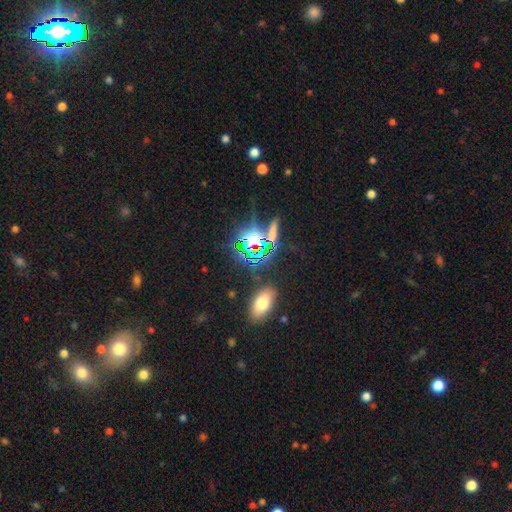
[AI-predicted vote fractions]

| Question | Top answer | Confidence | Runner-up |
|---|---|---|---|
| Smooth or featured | star or artifact | 68% | smooth (21%) |